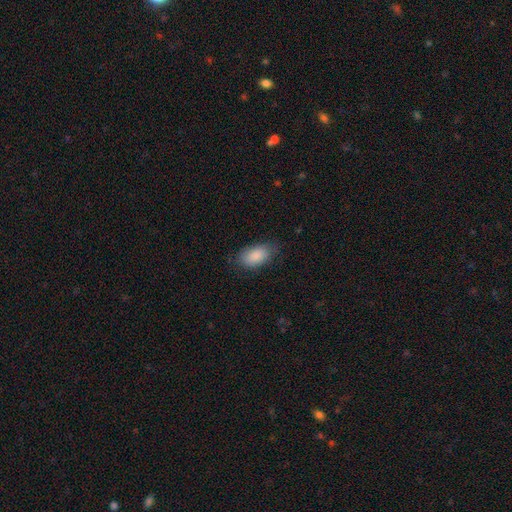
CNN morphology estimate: type=smooth (88%); roundness=in between (93%); merging=none (74%).